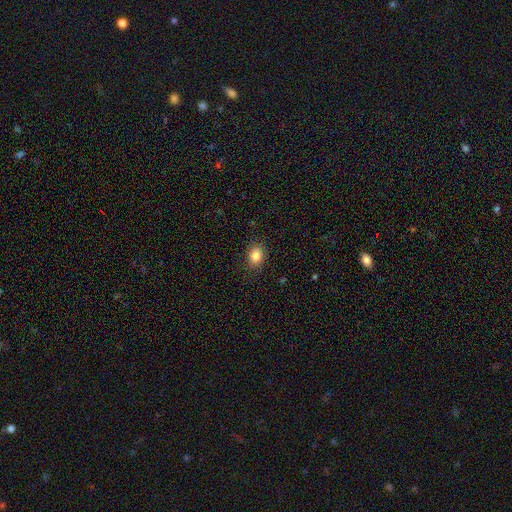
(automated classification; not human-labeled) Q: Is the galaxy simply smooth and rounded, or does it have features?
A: smooth — 85%.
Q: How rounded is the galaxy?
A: in between — 60%.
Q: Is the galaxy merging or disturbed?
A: none — 85%.